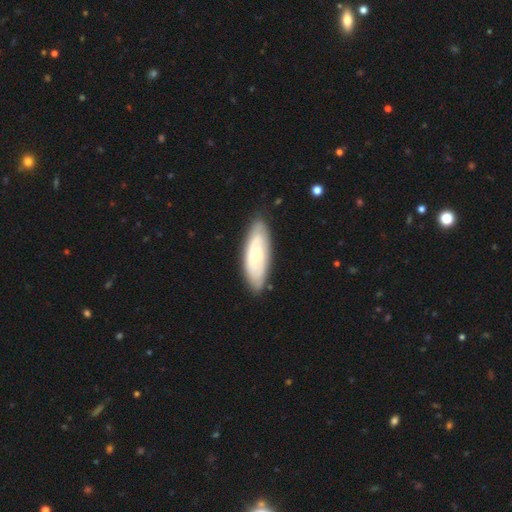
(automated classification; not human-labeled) Smooth or featured: featured or disk — 54% (smooth — 41%)
Edge-on disk: no — 83% (yes — 17%)
Merging: none — 81% (minor disturbance — 14%)